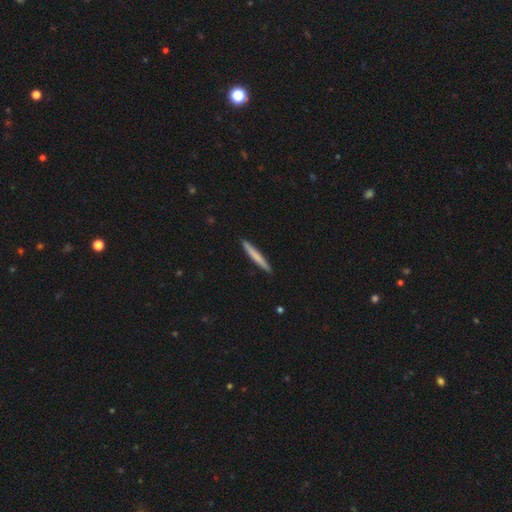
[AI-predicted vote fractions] Smooth or featured?
  - smooth: 67% *
  - featured or disk: 28%
  - star or artifact: 5%
How rounded?
  - cigar-shaped: 97% *
  - in between: 2%
  - round: 1%
Merging?
  - none: 92% *
  - minor disturbance: 6%
  - major disturbance: 1%
  - merger: 1%